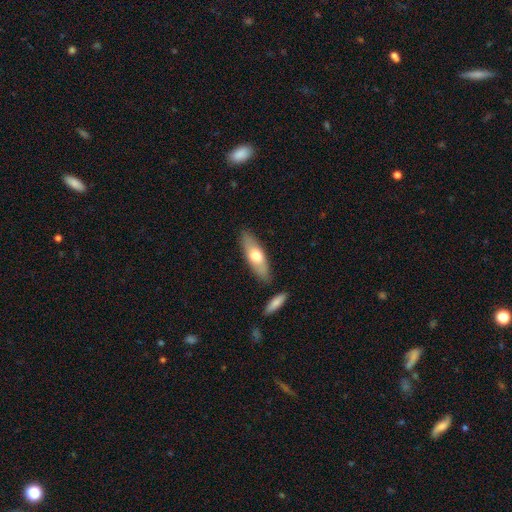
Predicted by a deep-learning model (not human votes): Smooth or featured: smooth — 63% (featured or disk — 32%)
How rounded: in between — 54% (cigar-shaped — 44%)
Merging: none — 83% (minor disturbance — 11%)